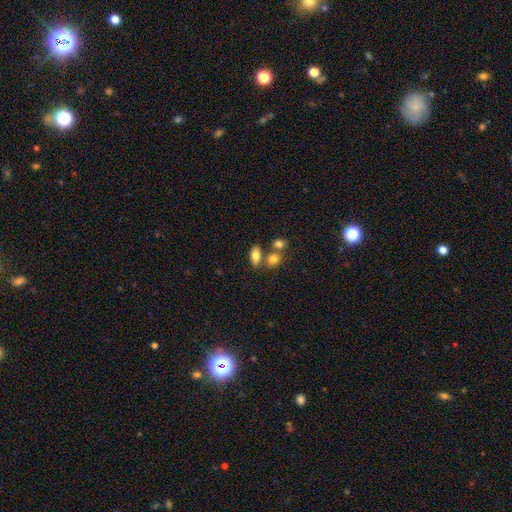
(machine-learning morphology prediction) Smooth or featured? smooth (76%)
How rounded? in between (84%)
Merging? none (58%)